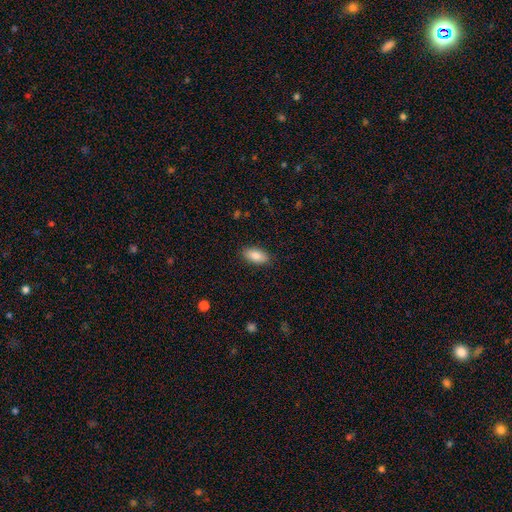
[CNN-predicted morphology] Smooth or featured: smooth — 85% (featured or disk — 8%)
How rounded: in between — 91% (cigar-shaped — 7%)
Merging: none — 88% (minor disturbance — 9%)